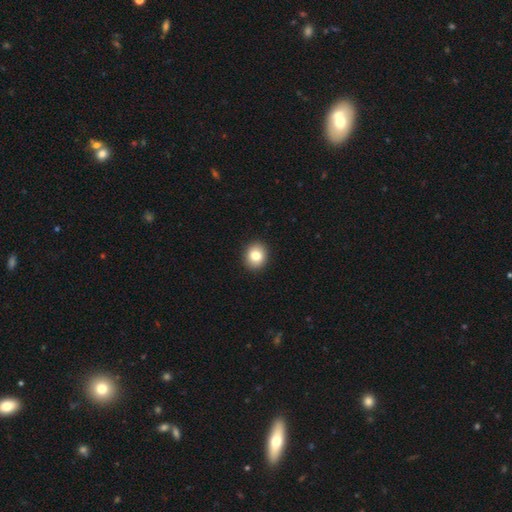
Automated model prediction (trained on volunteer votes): This is clearly a smooth galaxy (83%). How rounded: likely round (69%). Merging: clearly none (92%).